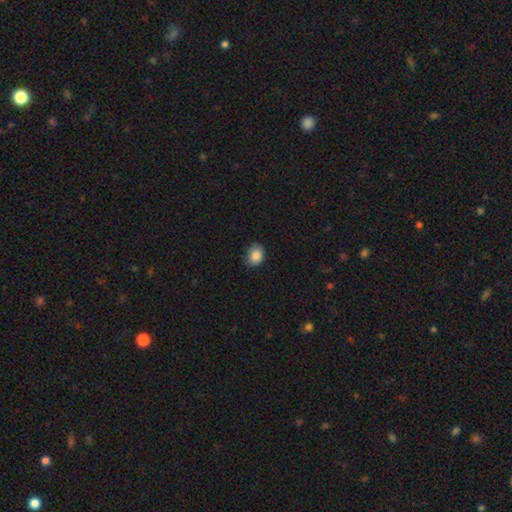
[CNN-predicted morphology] Overall: smooth (87%). How rounded: in between (52%; round 47%). Merging: none (79%).